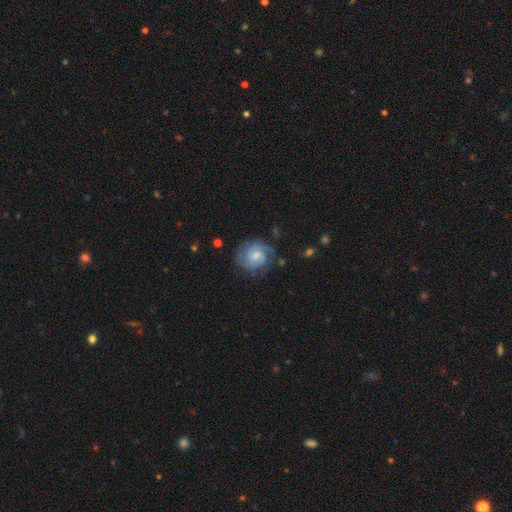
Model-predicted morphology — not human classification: smooth-or-featured: featured or disk: 69% | smooth: 25% | star or artifact: 7%
  disk-edge-on: no: 98% | yes: 2%
    bar: weak: 51% | no: 41% | strong: 8%
    has-spiral-arms: yes: 90% | no: 10%
      spiral-winding: tight: 52% | medium: 35% | loose: 12%
      spiral-arm-count: 2: 46% | can't tell: 27% | 3: 10% | 1: 10% | 4: 3% | more than 4: 3%
    bulge-size: small: 46% | moderate: 38% | none: 10% | large: 5% | dominant: 1%
  merging: none: 65% | minor disturbance: 21% | major disturbance: 12% | merger: 2%